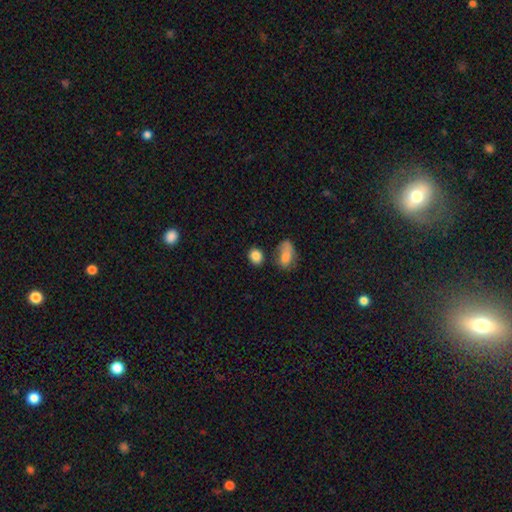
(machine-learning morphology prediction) Overall: smooth (85%). How rounded: round (56%; in between 42%). Merging: none (70%).